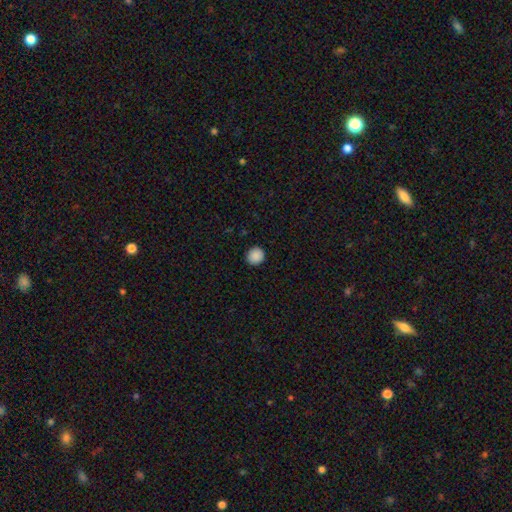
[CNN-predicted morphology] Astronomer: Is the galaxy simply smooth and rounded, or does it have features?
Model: smooth — 89%.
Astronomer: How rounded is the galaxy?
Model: round — 89%.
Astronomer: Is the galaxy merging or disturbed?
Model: none — 91%.